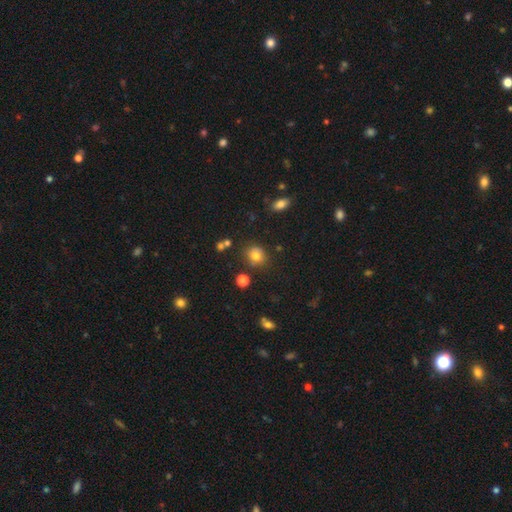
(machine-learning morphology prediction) type=smooth (78%); roundness=round (78%); merging=none (79%).